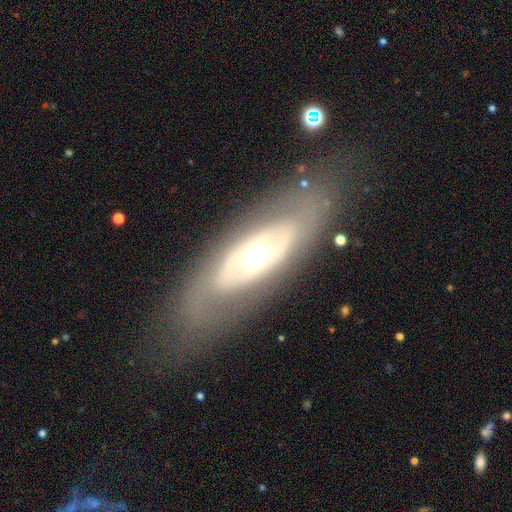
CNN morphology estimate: This appears to be a featured or disk galaxy (65%) with no bar (80%), no spiral arms (80%) and a moderate central bulge (62%). Merging: none (76%).